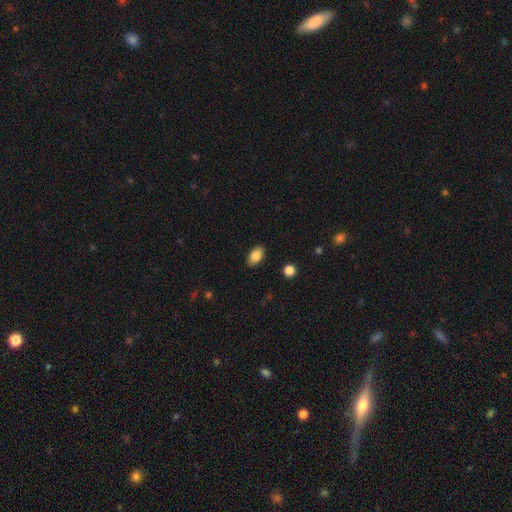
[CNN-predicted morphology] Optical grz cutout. It shows a smooth galaxy with no disk features (84%) that is in between round and cigar-shaped (90%). Merging: none (88%).